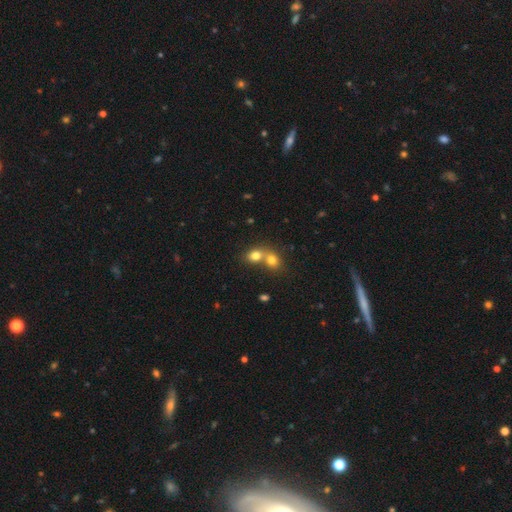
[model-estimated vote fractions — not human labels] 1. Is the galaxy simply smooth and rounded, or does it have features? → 78% smooth, 12% star or artifact, 11% featured or disk.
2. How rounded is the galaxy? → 58% round, 41% in between, 1% cigar-shaped.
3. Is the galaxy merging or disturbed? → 64% merger, 29% none, 5% minor disturbance, 2% major disturbance.